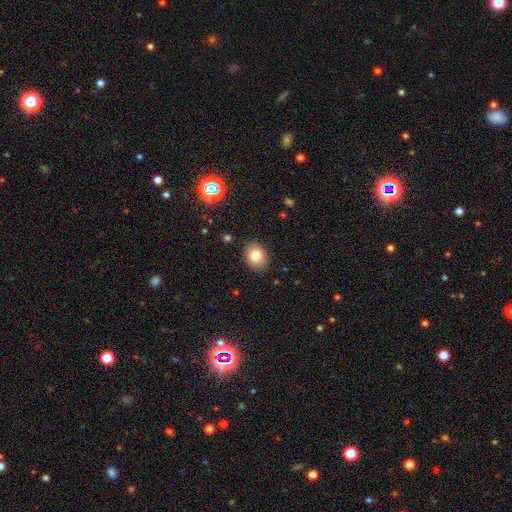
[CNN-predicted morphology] This appears to be a smooth galaxy with no disk features (80%) that is in between round and cigar-shaped (52%). Merging: none (87%).